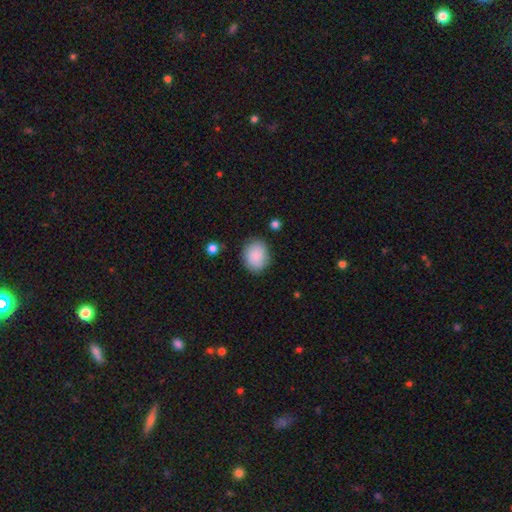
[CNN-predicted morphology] type=smooth (88%); roundness=round (53%); merging=none (81%).